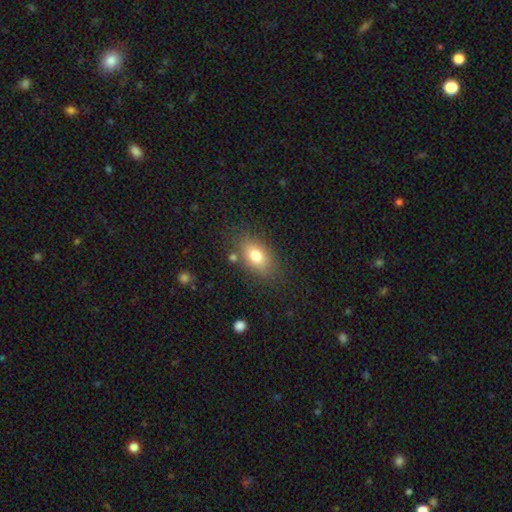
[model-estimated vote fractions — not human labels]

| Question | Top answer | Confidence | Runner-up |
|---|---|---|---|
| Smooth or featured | smooth | 77% | featured or disk (13%) |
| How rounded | in between | 84% | round (13%) |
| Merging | none | 79% | minor disturbance (13%) |